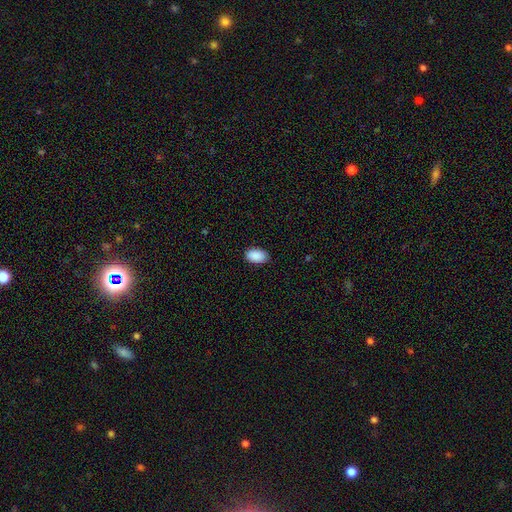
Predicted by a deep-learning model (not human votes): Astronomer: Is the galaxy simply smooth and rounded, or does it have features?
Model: smooth — 90%.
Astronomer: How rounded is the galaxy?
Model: in between — 93%.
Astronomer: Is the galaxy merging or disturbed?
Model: none — 87%.